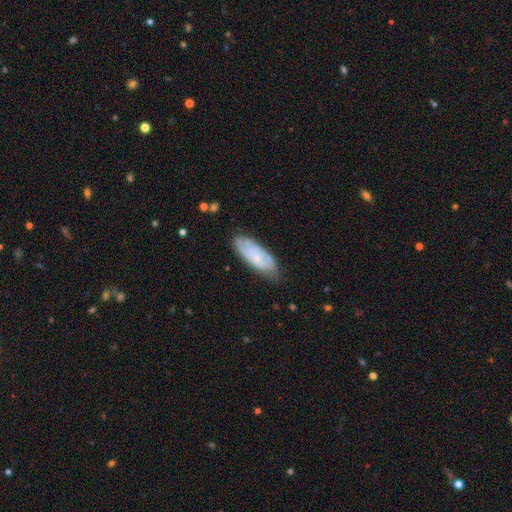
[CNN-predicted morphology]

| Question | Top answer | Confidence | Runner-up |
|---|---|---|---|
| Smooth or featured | featured or disk | 53% | smooth (40%) |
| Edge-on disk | no | 87% | yes (13%) |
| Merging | none | 68% | minor disturbance (25%) |